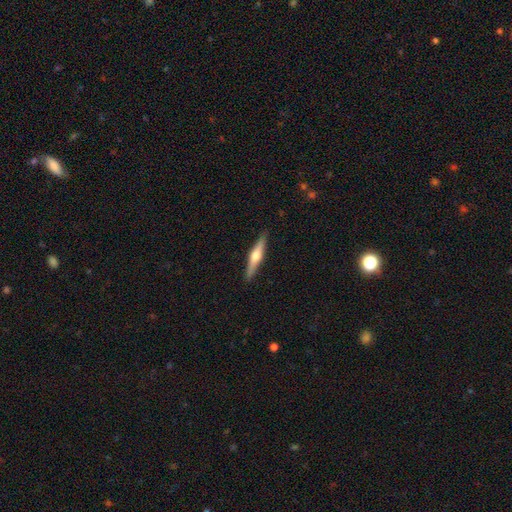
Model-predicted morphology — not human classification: A featured or disk galaxy (60%) viewed edge-on (97%) with a rounded central bulge (91%).

Vote fractions:
- Smooth or featured? featured or disk: 60% / smooth: 34% / star or artifact: 5%
- Edge-on disk? yes: 97% / no: 3%
- Edge-on bulge? rounded: 91% / boxy: 5% / none: 4%
- Merging? none: 90% / minor disturbance: 7% / major disturbance: 2% / merger: 1%